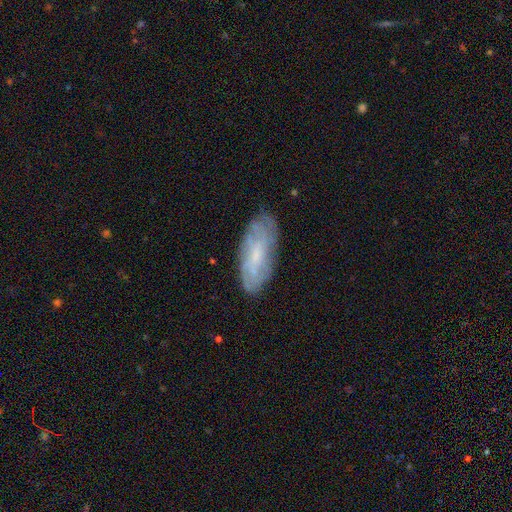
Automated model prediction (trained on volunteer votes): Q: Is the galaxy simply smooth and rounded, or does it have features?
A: featured or disk — 51%.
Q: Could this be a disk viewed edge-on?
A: no — 84%.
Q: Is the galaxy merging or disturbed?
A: none — 77%.